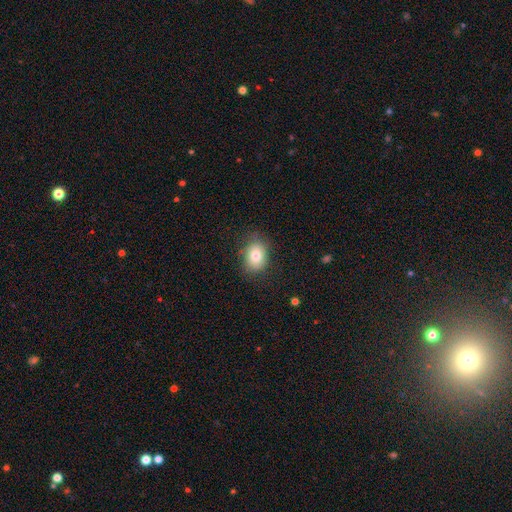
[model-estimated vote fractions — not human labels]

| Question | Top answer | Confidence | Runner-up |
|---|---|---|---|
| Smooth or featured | smooth | 81% | featured or disk (10%) |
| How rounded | in between | 67% | round (32%) |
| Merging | none | 78% | minor disturbance (16%) |